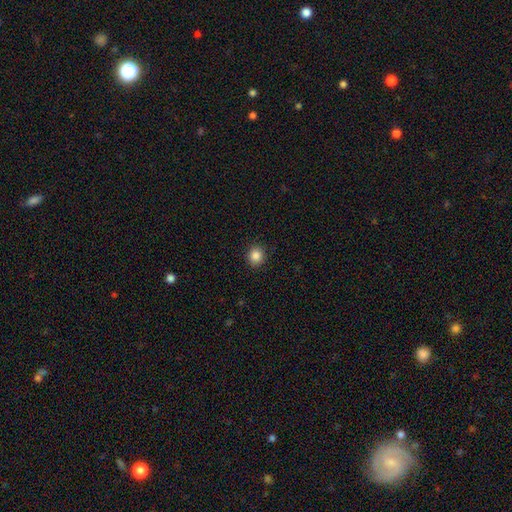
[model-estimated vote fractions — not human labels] Smooth or featured: smooth — 86% (star or artifact — 10%)
How rounded: round — 88% (in between — 11%)
Merging: none — 92% (minor disturbance — 5%)